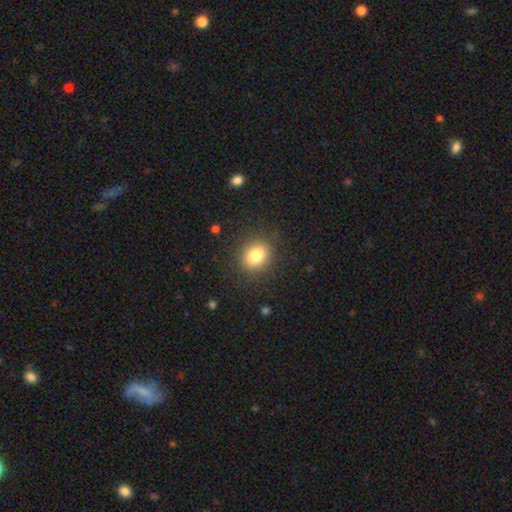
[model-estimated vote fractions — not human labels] Morphology: type=smooth (81%); roundness=round (67%); merging=none (88%).